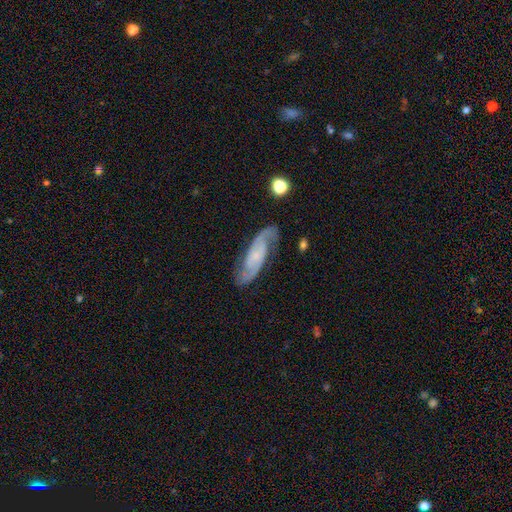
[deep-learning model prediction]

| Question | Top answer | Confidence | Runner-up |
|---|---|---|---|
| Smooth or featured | featured or disk | 86% | smooth (8%) |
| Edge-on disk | no | 93% | yes (7%) |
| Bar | no | 50% | weak (36%) |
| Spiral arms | yes | 97% | no (3%) |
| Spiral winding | medium | 50% | tight (36%) |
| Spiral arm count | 2 | 89% | can't tell (4%) |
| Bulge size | small | 56% | none (24%) |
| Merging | none | 81% | minor disturbance (13%) |